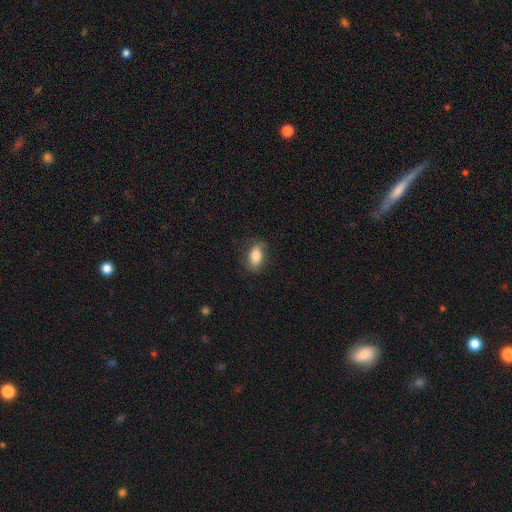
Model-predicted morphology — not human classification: The model was most divided on "smooth or featured": smooth: 76%, featured or disk: 17%, star or artifact: 7%. More confident: how rounded — in between (87%); merging — none (77%).